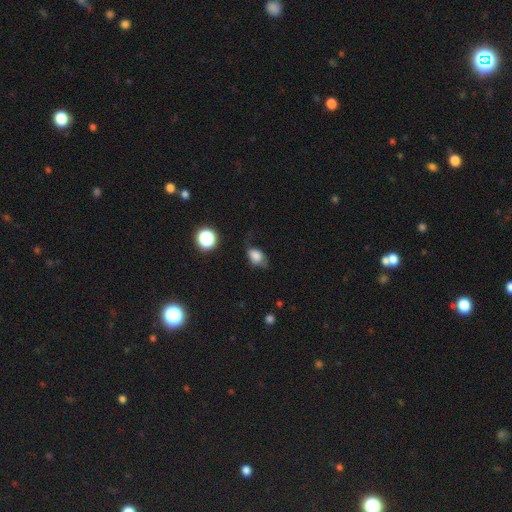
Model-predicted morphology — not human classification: smooth 74%, featured or disk 15%, star or artifact 11%. Down the decision tree: how rounded — in between (77%); merging — none (39%).